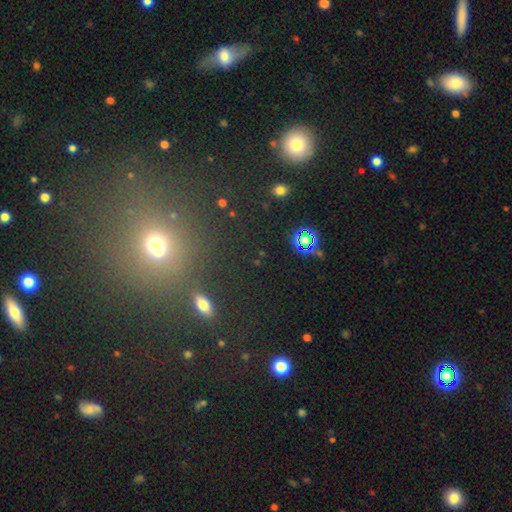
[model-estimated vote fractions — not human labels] A star or artifact, not a galaxy (50%).

Vote fractions:
- Smooth or featured? star or artifact: 50% / smooth: 41% / featured or disk: 9%